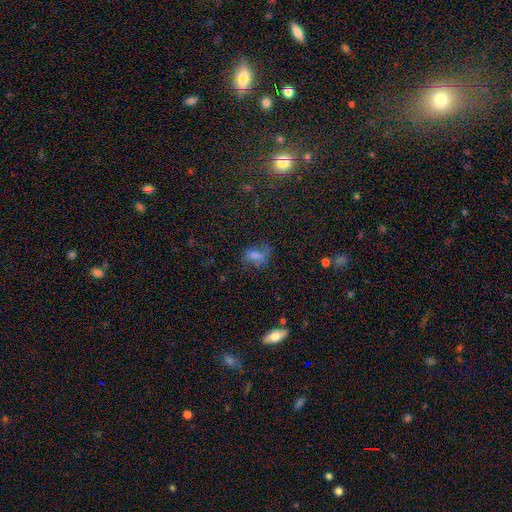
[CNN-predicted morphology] This is possibly a smooth galaxy (54%). How rounded: clearly in between (81%). Merging: marginally none (41%).